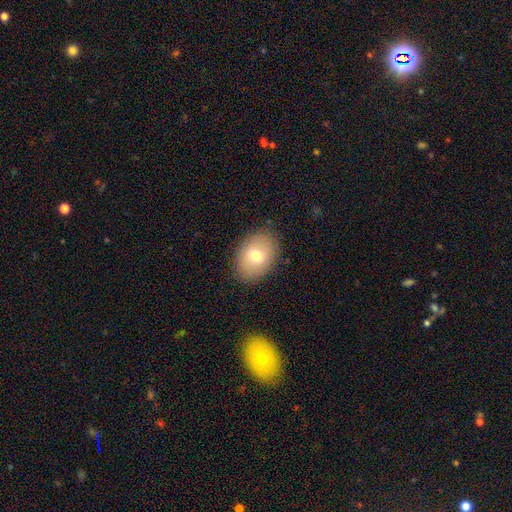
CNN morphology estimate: Smooth or featured? smooth (73%)
How rounded? in between (79%)
Merging? none (87%)